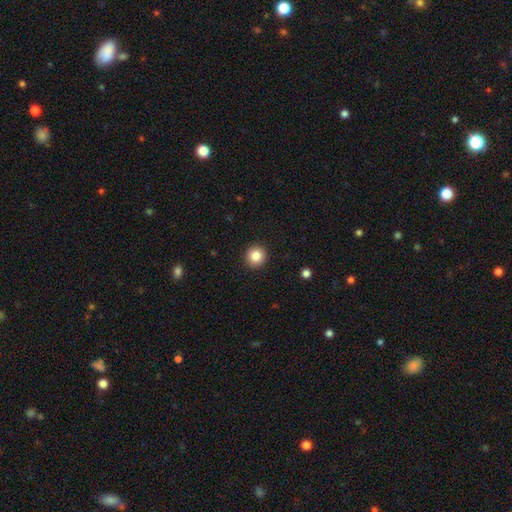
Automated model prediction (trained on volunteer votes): The model was most divided on "smooth or featured": smooth: 85%, star or artifact: 10%, featured or disk: 5%. More confident: merging — none (93%); how rounded — round (92%).